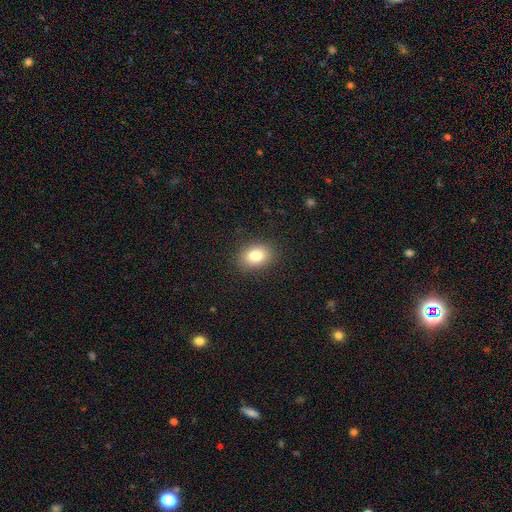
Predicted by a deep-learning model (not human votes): A smooth galaxy with no disk features (82%) that is in between round and cigar-shaped (74%).

Vote fractions:
- Smooth or featured? smooth: 82% / star or artifact: 10% / featured or disk: 9%
- How rounded? in between: 74% / round: 25% / cigar-shaped: 1%
- Merging? none: 88% / minor disturbance: 8% / major disturbance: 3% / merger: 1%